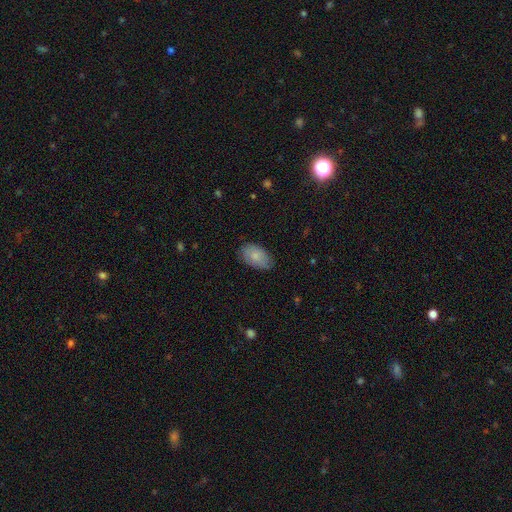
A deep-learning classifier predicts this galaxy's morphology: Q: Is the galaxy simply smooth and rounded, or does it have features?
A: smooth — 78%.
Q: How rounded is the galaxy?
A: in between — 93%.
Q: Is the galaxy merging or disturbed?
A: none — 75%.